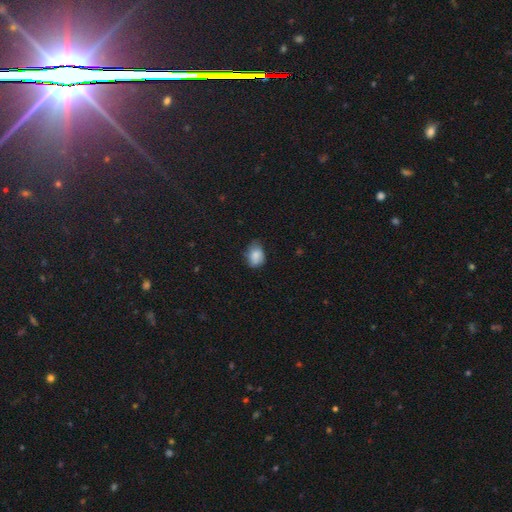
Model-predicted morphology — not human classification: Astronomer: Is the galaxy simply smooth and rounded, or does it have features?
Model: smooth — 82%.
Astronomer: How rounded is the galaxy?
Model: in between — 66%.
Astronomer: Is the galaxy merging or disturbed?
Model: none — 57% (runner-up: minor disturbance, 35%).